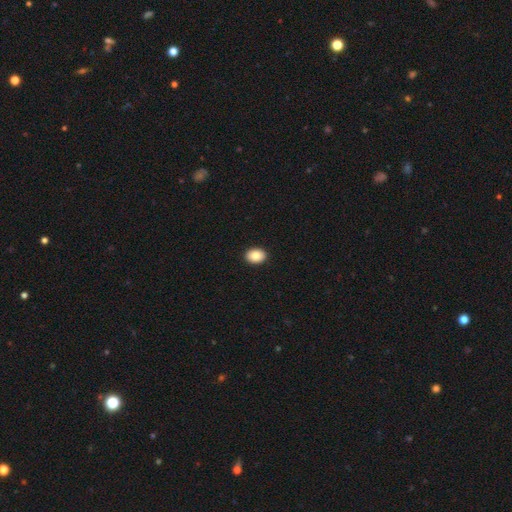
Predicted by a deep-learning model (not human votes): A smooth galaxy with no disk features (87%) that is in between round and cigar-shaped (71%).

Vote fractions:
- Smooth or featured? smooth: 87% / star or artifact: 8% / featured or disk: 6%
- How rounded? in between: 71% / round: 28% / cigar-shaped: 1%
- Merging? none: 92% / minor disturbance: 6% / major disturbance: 1% / merger: 1%